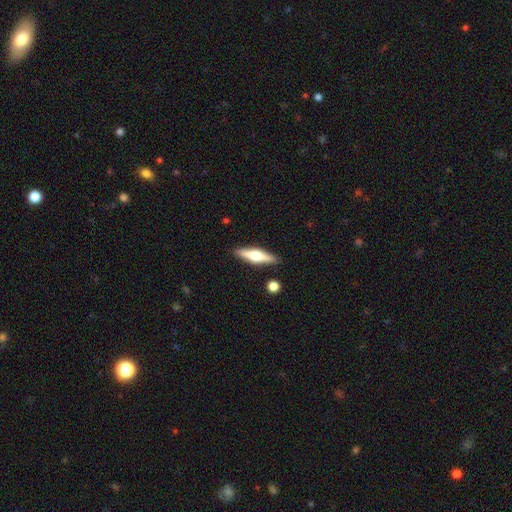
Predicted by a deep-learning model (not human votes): A featured or disk galaxy (57%) viewed edge-on (96%) with a rounded central bulge (92%).

Vote fractions:
- Smooth or featured? featured or disk: 57% / smooth: 38% / star or artifact: 5%
- Edge-on disk? yes: 96% / no: 4%
- Edge-on bulge? rounded: 92% / boxy: 5% / none: 3%
- Merging? none: 89% / minor disturbance: 8% / merger: 2% / major disturbance: 2%